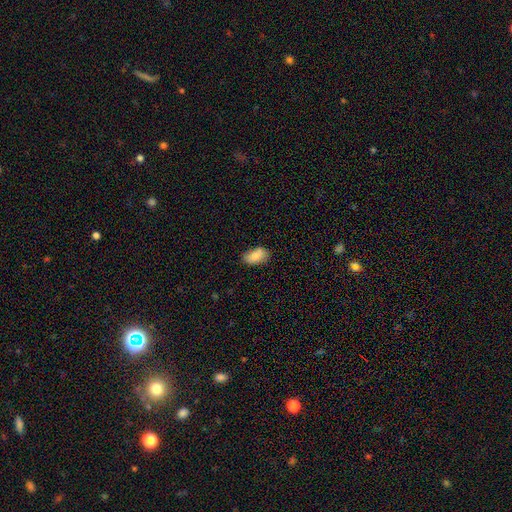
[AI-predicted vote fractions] Smooth or featured? smooth (83%)
How rounded? in between (93%)
Merging? none (75%)